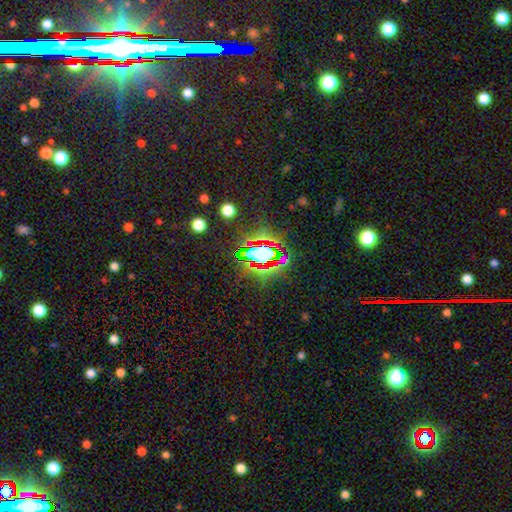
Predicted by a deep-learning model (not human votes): A star or artifact, not a galaxy (71%).